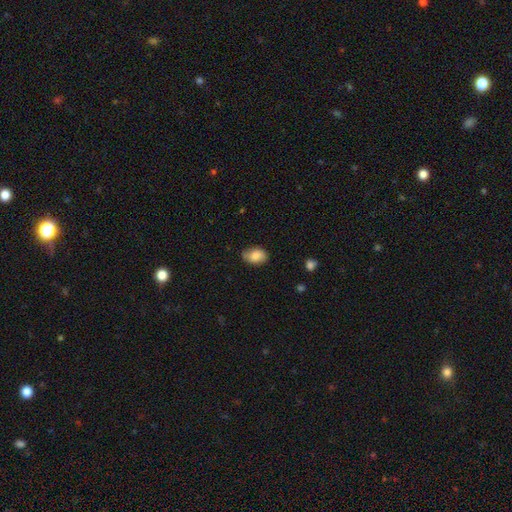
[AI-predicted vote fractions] Smooth or featured? Predicted: smooth (p=0.79). How rounded? Predicted: in between (p=0.80). Merging? Predicted: none (p=0.72).